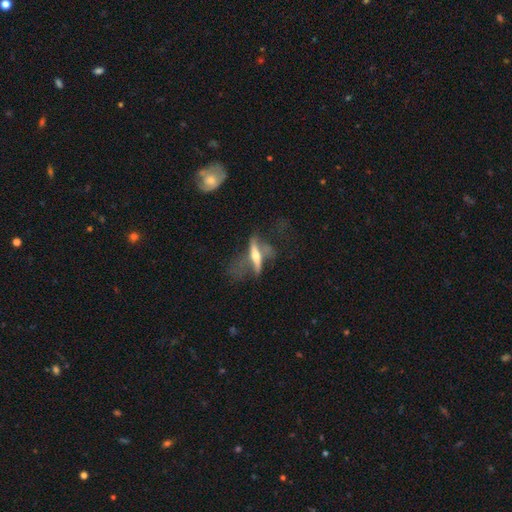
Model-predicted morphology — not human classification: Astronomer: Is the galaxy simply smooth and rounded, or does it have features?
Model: featured or disk — 65%.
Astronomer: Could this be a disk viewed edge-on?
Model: yes — 81%.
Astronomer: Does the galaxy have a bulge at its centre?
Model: rounded — 87%.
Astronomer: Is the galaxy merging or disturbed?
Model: major disturbance — 37% (runner-up: none, 36%).